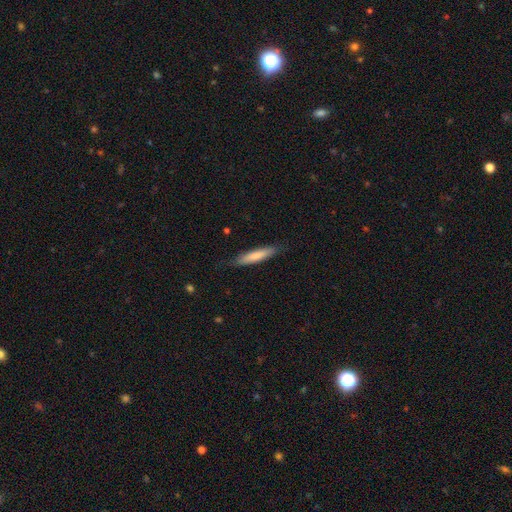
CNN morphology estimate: Q: Smooth or featured?
A: smooth (76%); runner-up: featured or disk (18%)
Q: How rounded?
A: cigar-shaped (85%); runner-up: in between (14%)
Q: Merging?
A: none (82%); runner-up: minor disturbance (14%)